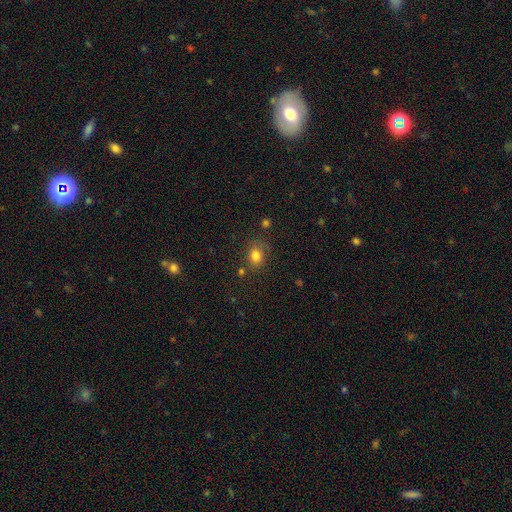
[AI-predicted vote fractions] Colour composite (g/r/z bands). It shows a smooth galaxy with no disk features (80%) that is round (53%). Merging: none (67%).